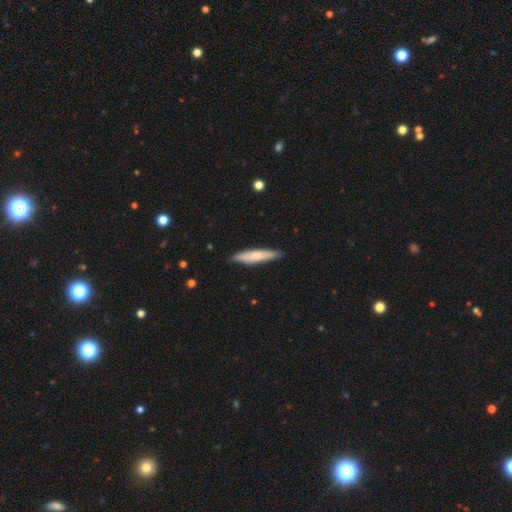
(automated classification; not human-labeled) Morphology: type=smooth (63%); roundness=cigar-shaped (86%); merging=none (87%).